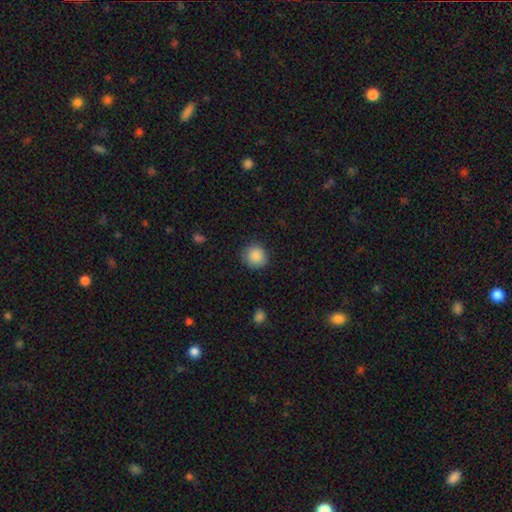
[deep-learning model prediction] This appears to be a smooth galaxy with no disk features (87%) that is round (91%). Merging: none (87%).